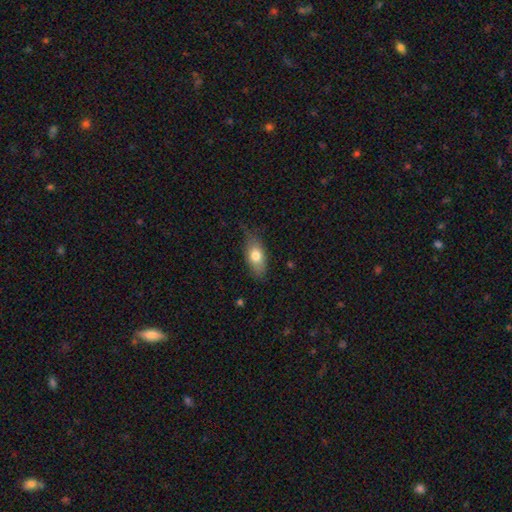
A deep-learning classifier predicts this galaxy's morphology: smooth_or_featured: smooth (p=0.75) [alt: featured or disk p=0.17]
how_rounded: in between (p=0.84) [alt: cigar-shaped p=0.09]
merging: none (p=0.67) [alt: minor disturbance p=0.26]